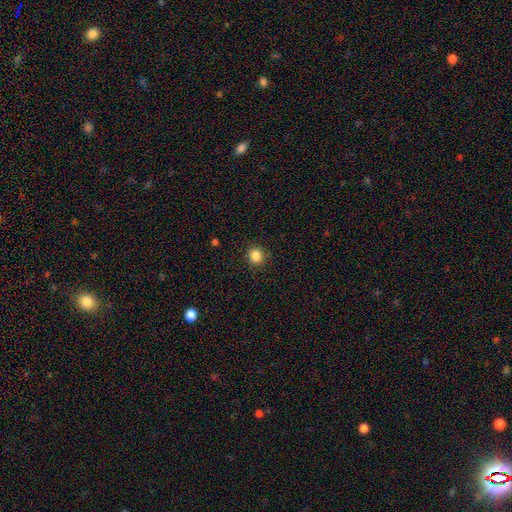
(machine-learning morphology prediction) smooth 86%, star or artifact 11%, featured or disk 3%. Down the decision tree: how rounded — round (90%); merging — none (90%).